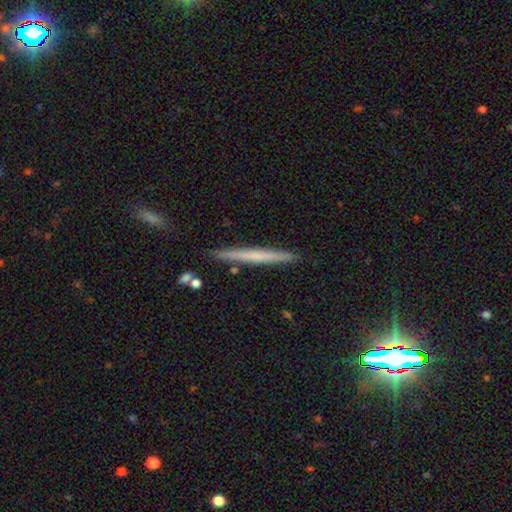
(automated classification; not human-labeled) Q: Smooth or featured?
A: smooth (48%); runner-up: featured or disk (45%)
Q: Merging?
A: none (91%); runner-up: minor disturbance (6%)